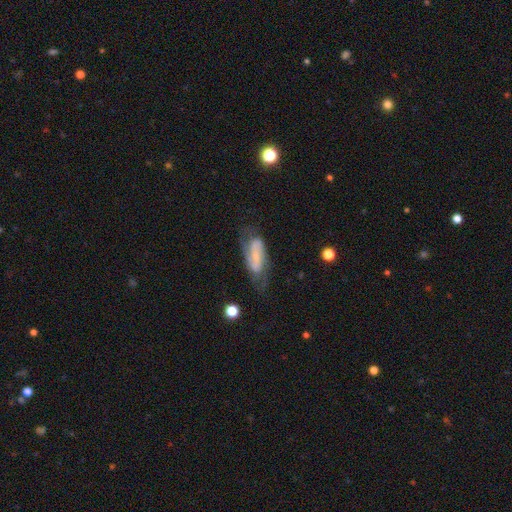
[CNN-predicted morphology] smooth_or_featured: featured or disk (p=0.67) [alt: smooth p=0.25]
disk_edge_on: no (p=0.90) [alt: yes p=0.10]
bar: weak (p=0.37) [alt: strong p=0.35]
has_spiral_arms: yes (p=0.87) [alt: no p=0.13]
spiral_winding: medium (p=0.43) [alt: loose p=0.32]
spiral_arm_count: 2 (p=0.80) [alt: can't tell p=0.12]
bulge_size: small (p=0.55) [alt: none p=0.24]
merging: none (p=0.58) [alt: minor disturbance p=0.24]